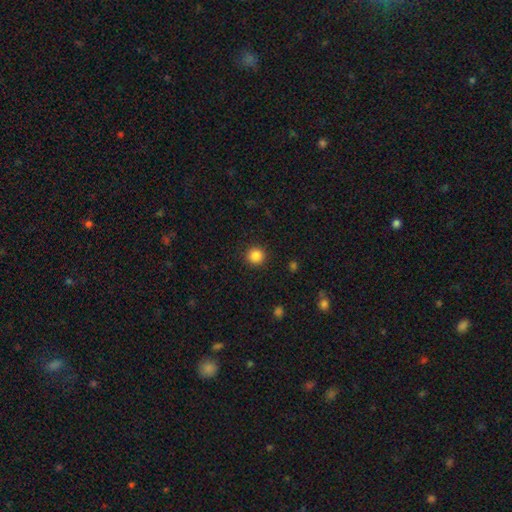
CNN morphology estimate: Q: Smooth or featured?
A: smooth (86%); runner-up: star or artifact (11%)
Q: How rounded?
A: round (94%); runner-up: in between (5%)
Q: Merging?
A: none (91%); runner-up: minor disturbance (5%)